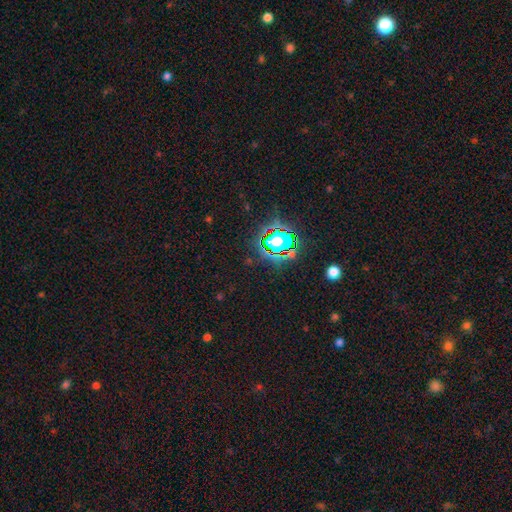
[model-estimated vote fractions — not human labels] The model was most divided on "smooth or featured": star or artifact: 82%, smooth: 12%, featured or disk: 7%.